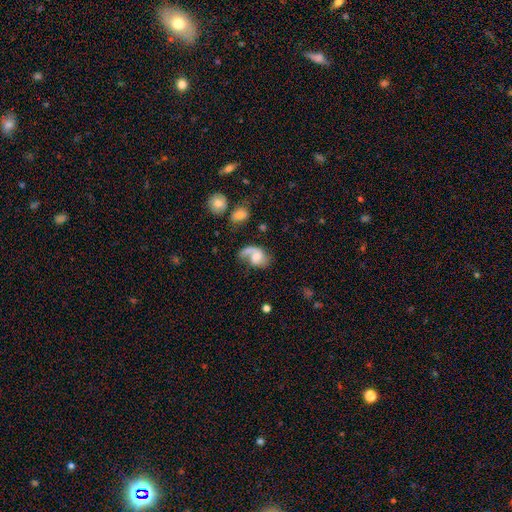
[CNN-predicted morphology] This is likely a featured or disk galaxy (68%). It is clearly not viewed edge-on (98%). Bar: likely no (61%). Spiral arm pattern: clearly yes (92%). Spiral arm count: likely 1 (62%). Spiral winding: possibly loose (53%). Central bulge: marginally moderate (31%). Merging: marginally none (40%).